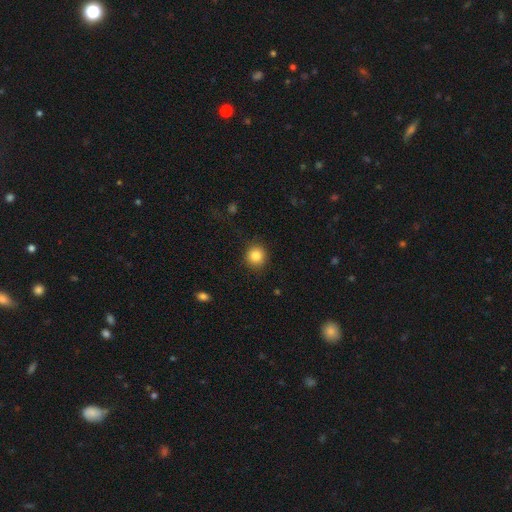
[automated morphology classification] Smooth or featured?
  - smooth: 85% *
  - star or artifact: 10%
  - featured or disk: 5%
How rounded?
  - round: 89% *
  - in between: 10%
  - cigar-shaped: 1%
Merging?
  - none: 89% *
  - minor disturbance: 8%
  - major disturbance: 3%
  - merger: 1%